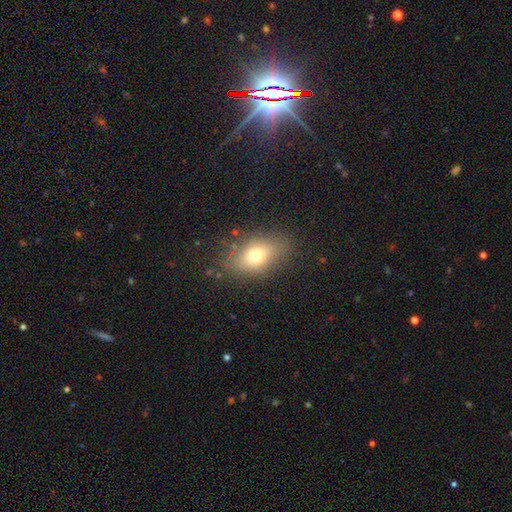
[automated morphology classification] smooth-or-featured: smooth: 72% | featured or disk: 16% | star or artifact: 12%
  how-rounded: in between: 81% | round: 15% | cigar-shaped: 4%
  merging: none: 78% | minor disturbance: 14% | major disturbance: 6% | merger: 2%